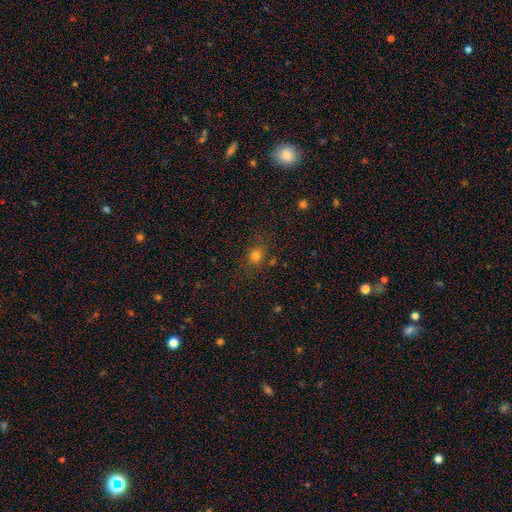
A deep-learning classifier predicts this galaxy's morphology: This is likely a smooth galaxy (75%). How rounded: likely round (73%). Merging: likely none (79%).